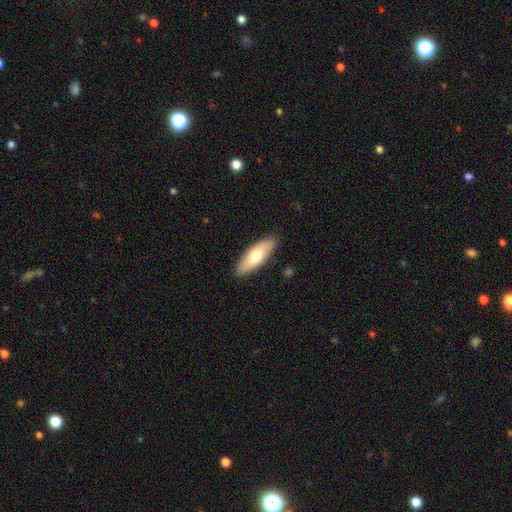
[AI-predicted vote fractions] Overall: smooth (70%). How rounded: in between (60%; cigar-shaped 38%). Merging: none (88%).